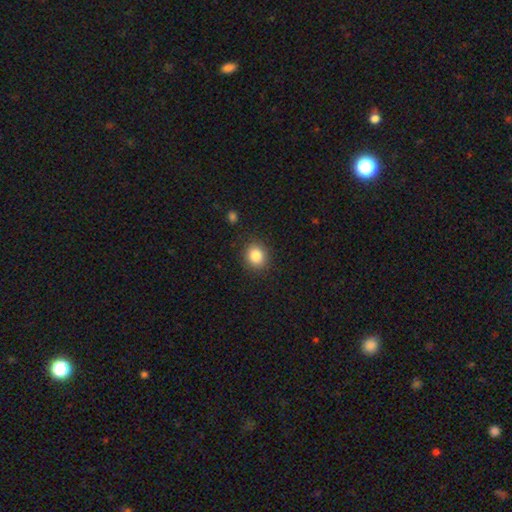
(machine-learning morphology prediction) Overall: smooth (84%). How rounded: round (75%). Merging: none (88%).